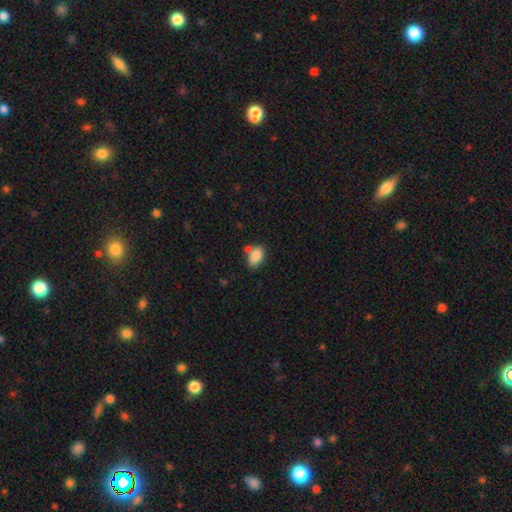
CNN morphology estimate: Smooth or featured: smooth — 85% (star or artifact — 8%)
How rounded: in between — 89% (round — 8%)
Merging: none — 61% (merger — 18%)